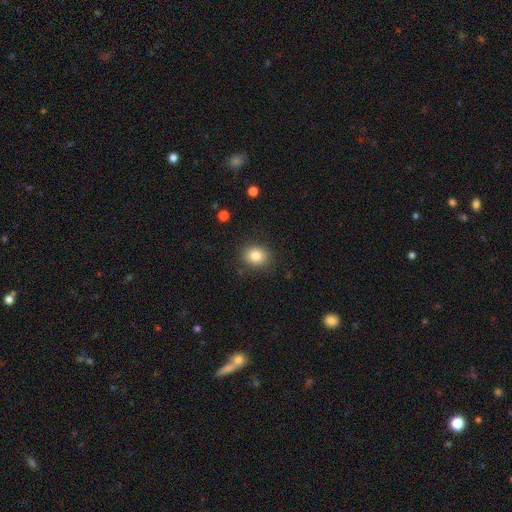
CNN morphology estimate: smooth-or-featured: smooth: 82% | star or artifact: 11% | featured or disk: 7%
  how-rounded: round: 66% | in between: 33% | cigar-shaped: 1%
  merging: none: 86% | minor disturbance: 9% | major disturbance: 3% | merger: 1%